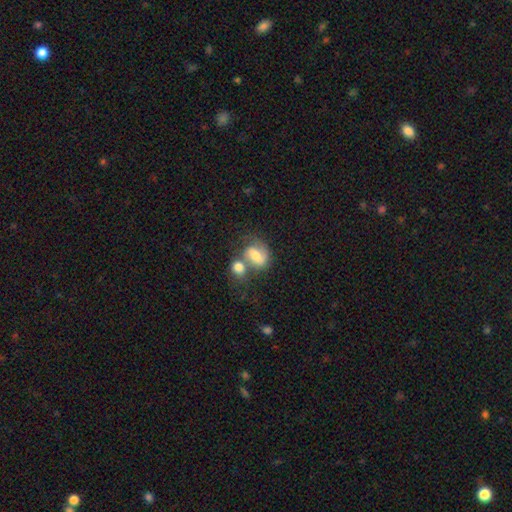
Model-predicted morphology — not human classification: Smooth or featured?
  - featured or disk: 55% *
  - smooth: 37%
  - star or artifact: 8%
Edge-on disk?
  - no: 97% *
  - yes: 3%
Bar?
  - weak: 45% *
  - no: 33%
  - strong: 22%
Spiral arms?
  - yes: 83% *
  - no: 17%
Bulge size?
  - moderate: 51% *
  - small: 23%
  - large: 17%
  - none: 7%
  - dominant: 3%
Merging?
  - merger: 51% *
  - none: 28%
  - minor disturbance: 12%
  - major disturbance: 9%